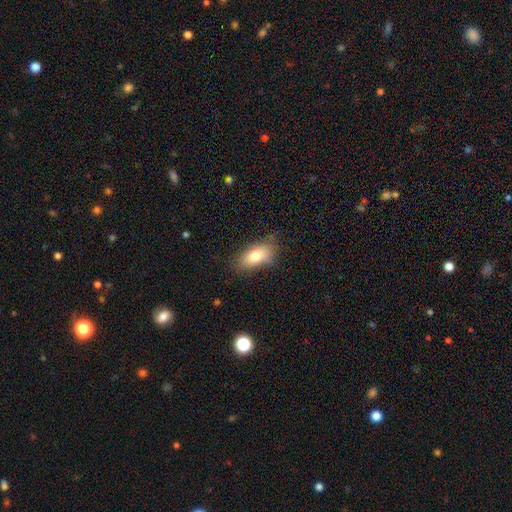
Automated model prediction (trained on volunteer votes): Smooth or featured? Predicted: smooth (p=0.77). How rounded? Predicted: in between (p=0.86). Merging? Predicted: none (p=0.76).